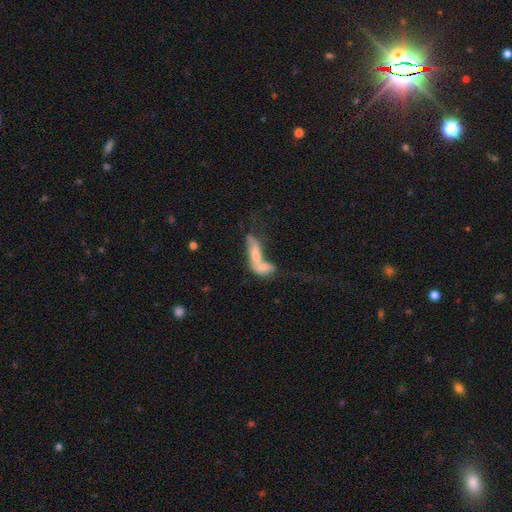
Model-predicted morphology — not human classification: smooth-or-featured: smooth: 54% | featured or disk: 37% | star or artifact: 9%
  how-rounded: in between: 52% | cigar-shaped: 44% | round: 4%
  merging: merger: 71% | none: 13% | major disturbance: 10% | minor disturbance: 7%